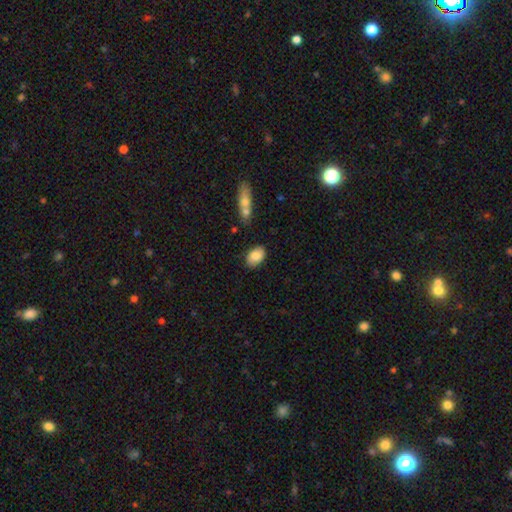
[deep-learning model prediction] smooth_or_featured: smooth (p=0.83) [alt: featured or disk p=0.10]
how_rounded: in between (p=0.85) [alt: round p=0.14]
merging: none (p=0.79) [alt: minor disturbance p=0.14]